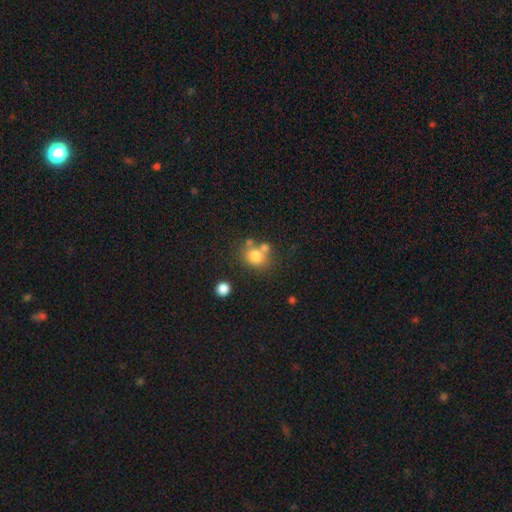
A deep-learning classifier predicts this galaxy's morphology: type=smooth (76%); roundness=round (75%); merging=none (55%).